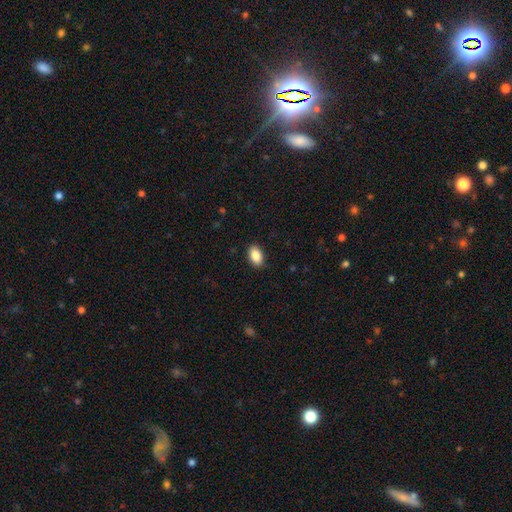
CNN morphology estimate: smooth_or_featured: smooth (p=0.87) [alt: star or artifact p=0.08]
how_rounded: in between (p=0.91) [alt: round p=0.07]
merging: none (p=0.89) [alt: minor disturbance p=0.09]